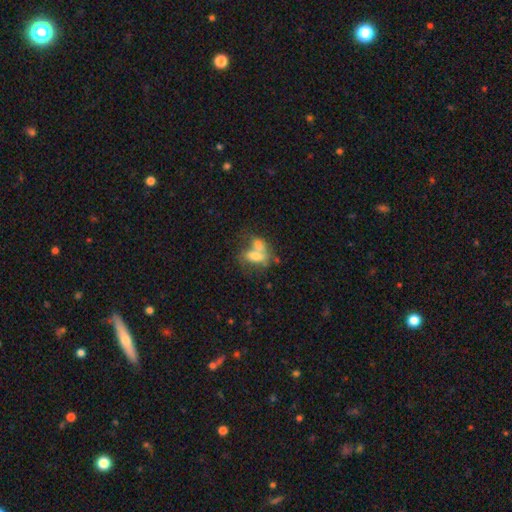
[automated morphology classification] smooth-or-featured: smooth: 59% | featured or disk: 31% | star or artifact: 11%
  how-rounded: in between: 82% | round: 10% | cigar-shaped: 9%
  merging: merger: 54% | none: 22% | major disturbance: 13% | minor disturbance: 12%